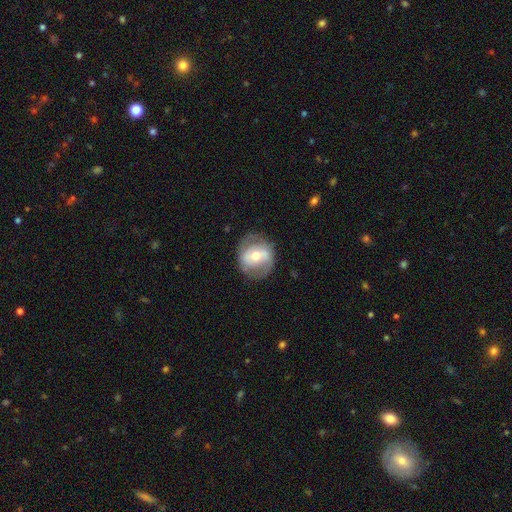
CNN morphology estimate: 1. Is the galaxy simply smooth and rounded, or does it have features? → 60% featured or disk, 33% smooth, 7% star or artifact.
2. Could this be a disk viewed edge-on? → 96% no, 4% yes.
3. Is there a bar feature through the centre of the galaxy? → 40% no, 37% weak, 23% strong.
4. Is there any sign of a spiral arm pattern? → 65% yes, 35% no.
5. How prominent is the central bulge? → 68% moderate, 23% small, 7% large, 1% dominant, 1% none.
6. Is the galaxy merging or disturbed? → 75% none, 16% minor disturbance, 8% major disturbance, 1% merger.